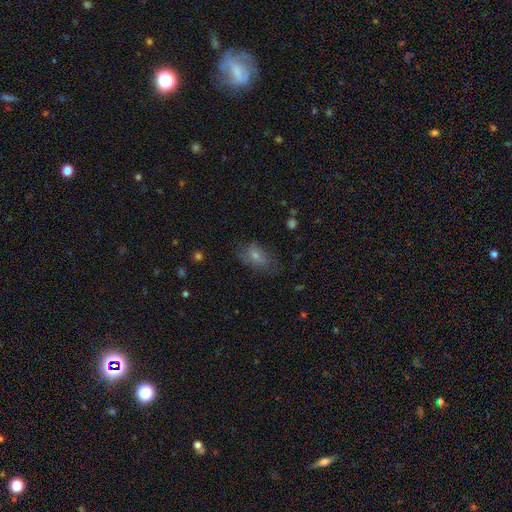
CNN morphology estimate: Q: Smooth or featured?
A: smooth (57%); runner-up: featured or disk (26%)
Q: How rounded?
A: in between (83%); runner-up: round (12%)
Q: Merging?
A: none (66%); runner-up: minor disturbance (22%)